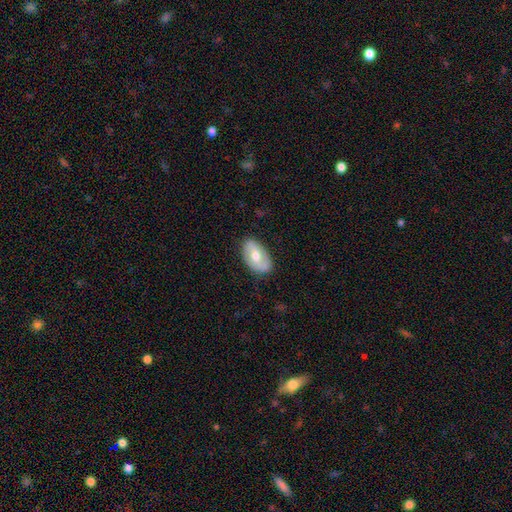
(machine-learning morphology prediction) This appears to be a featured or disk galaxy (48%). Merging: none (80%).